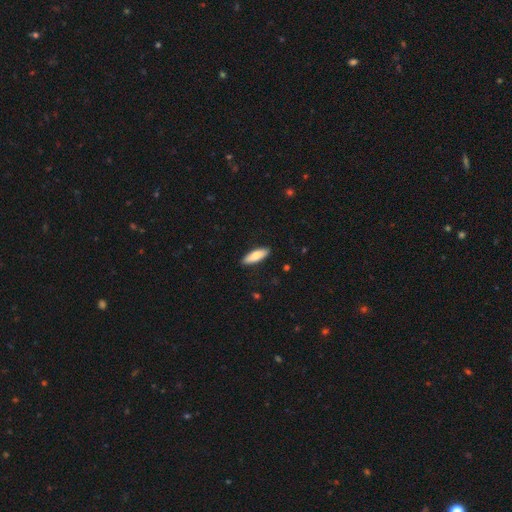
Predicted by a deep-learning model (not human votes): This appears to be a smooth galaxy with no disk features (80%) that is in between round and cigar-shaped (54%). Merging: none (88%).